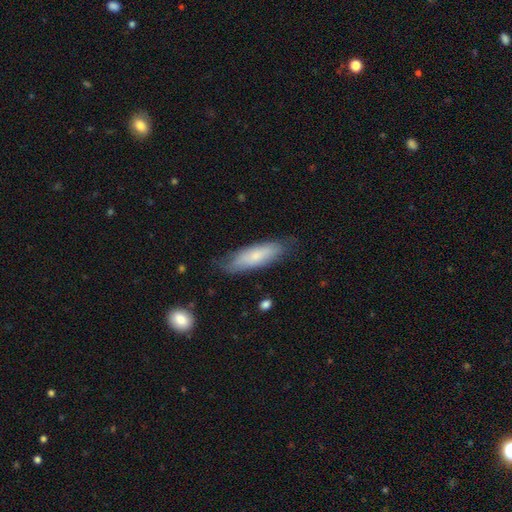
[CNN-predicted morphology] Smooth or featured: smooth — 70% (featured or disk — 24%)
How rounded: cigar-shaped — 51% (in between — 47%)
Merging: none — 74% (minor disturbance — 21%)